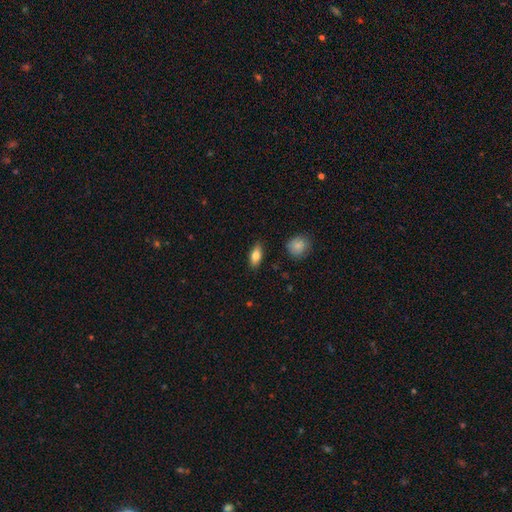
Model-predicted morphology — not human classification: Q: Smooth or featured?
A: smooth (77%); runner-up: featured or disk (16%)
Q: How rounded?
A: in between (83%); runner-up: cigar-shaped (13%)
Q: Merging?
A: none (87%); runner-up: minor disturbance (9%)